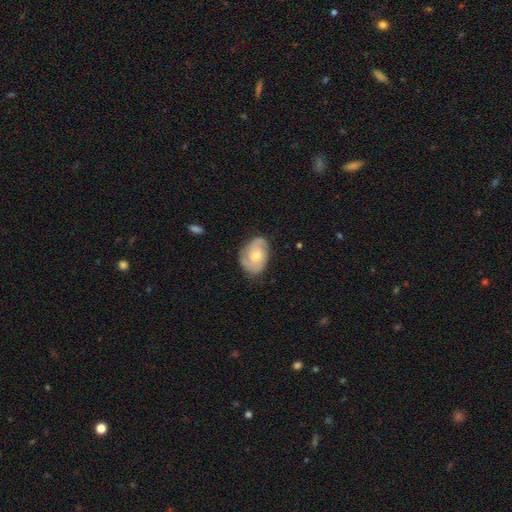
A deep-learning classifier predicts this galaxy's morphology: A featured or disk galaxy (57%) with no bar (66%), spiral arms (84%) and a moderate central bulge (55%).

Vote fractions:
- Smooth or featured? featured or disk: 57% / smooth: 37% / star or artifact: 6%
- Edge-on disk? no: 96% / yes: 4%
- Bar? no: 66% / weak: 29% / strong: 4%
- Spiral arms? yes: 84% / no: 16%
- Bulge size? moderate: 55% / small: 40% / large: 3% / none: 2% / dominant: 1%
- Merging? none: 70% / minor disturbance: 23% / major disturbance: 6% / merger: 1%